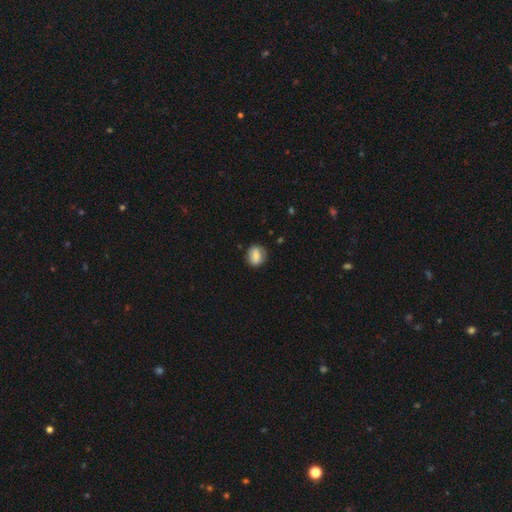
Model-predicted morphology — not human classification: This appears to be a smooth galaxy with no disk features (76%) that is round (60%). Merging: none (78%).